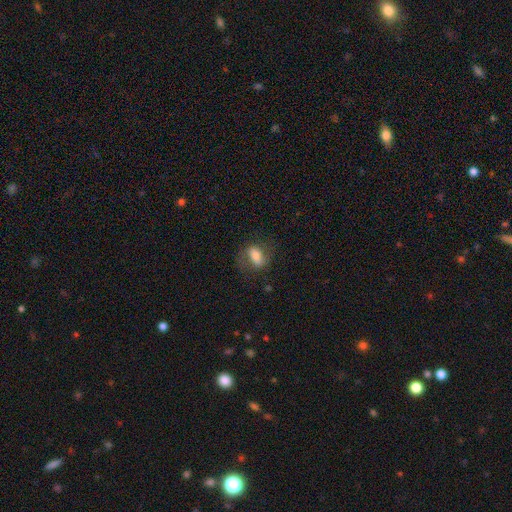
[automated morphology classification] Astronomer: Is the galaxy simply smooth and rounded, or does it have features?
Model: smooth — 60%.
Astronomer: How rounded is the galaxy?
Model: in between — 80%.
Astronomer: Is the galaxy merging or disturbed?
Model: none — 66%.